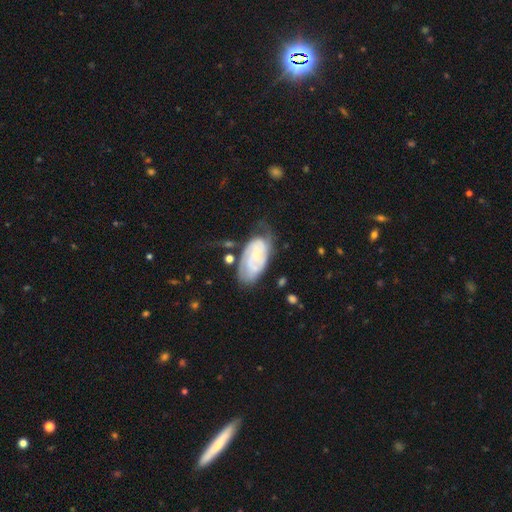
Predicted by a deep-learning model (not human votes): A featured or disk galaxy (79%) with no bar (64%), 2 (46%) tight (61%) spiral arms (94%) and a small central bulge (68%).

Vote fractions:
- Smooth or featured? featured or disk: 79% / smooth: 15% / star or artifact: 5%
- Edge-on disk? no: 96% / yes: 4%
- Bar? no: 64% / weak: 30% / strong: 6%
- Spiral arms? yes: 94% / no: 6%
- Spiral winding? tight: 61% / medium: 30% / loose: 8%
- Spiral arm count? 2: 46% / can't tell: 28% / 3: 15% / 1: 4% / 4: 4% / more than 4: 3%
- Bulge size? small: 68% / moderate: 25% / none: 4% / large: 1% / dominant: 1%
- Merging? none: 52% / minor disturbance: 28% / major disturbance: 15% / merger: 5%